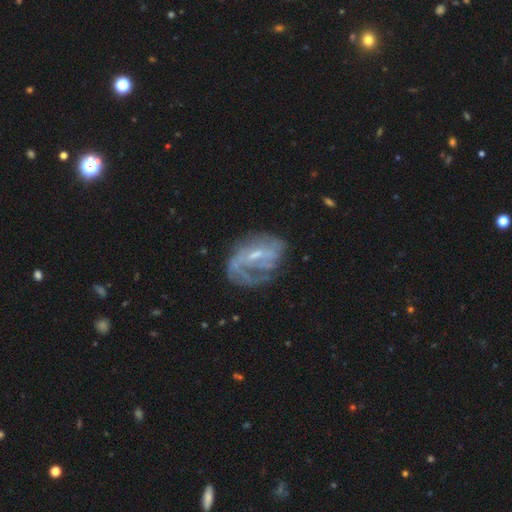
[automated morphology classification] featured or disk 74%, smooth 17%, star or artifact 10%. Down the decision tree: edge-on disk — no (96%); bar — weak (50%); spiral arms — yes (72%); spiral arm count — can't tell (38%); spiral winding — medium (37%); bulge size — small (56%); merging — none (48%).